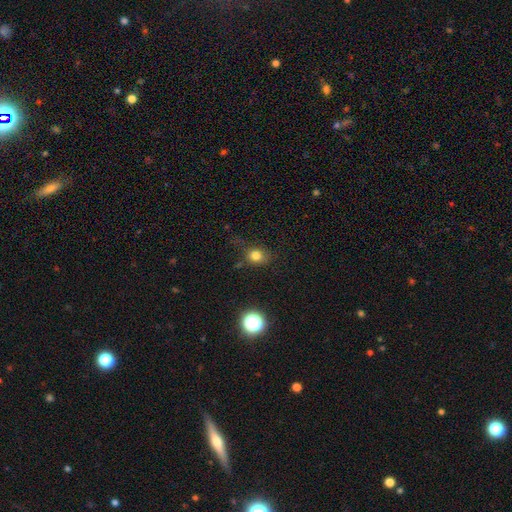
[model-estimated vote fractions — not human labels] Overall: smooth (78%). How rounded: round (64%; in between 35%). Merging: none (69%).